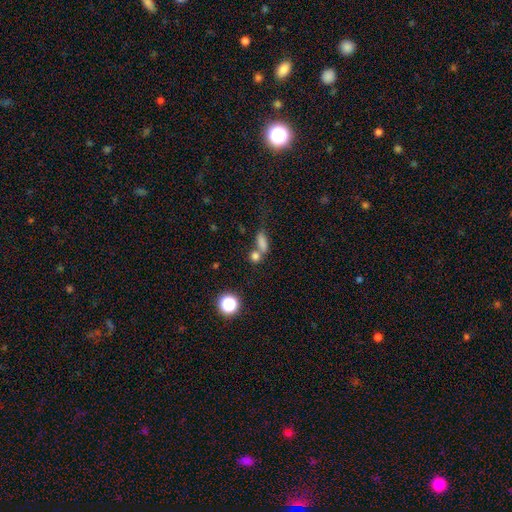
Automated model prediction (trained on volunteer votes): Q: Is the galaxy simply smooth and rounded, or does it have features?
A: smooth — 76%.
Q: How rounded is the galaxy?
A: in between — 46%, tied with round.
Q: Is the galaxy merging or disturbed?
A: merger — 47%.